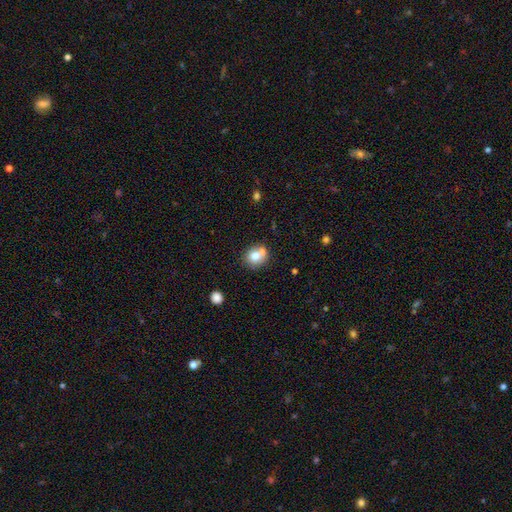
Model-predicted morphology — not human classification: Smooth or featured?
  - smooth: 75% *
  - featured or disk: 15%
  - star or artifact: 10%
How rounded?
  - round: 73% *
  - in between: 26%
  - cigar-shaped: 1%
Merging?
  - none: 51% *
  - merger: 31%
  - minor disturbance: 14%
  - major disturbance: 4%